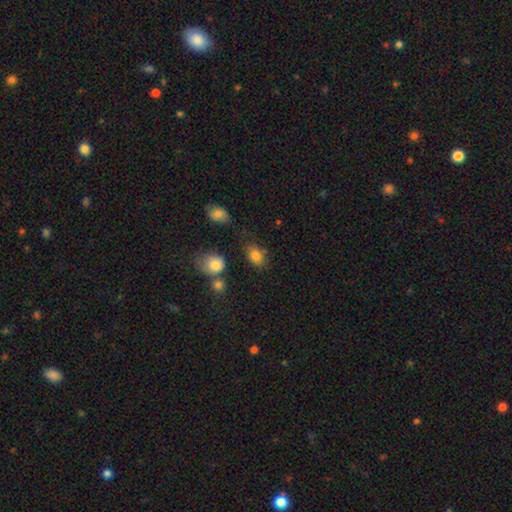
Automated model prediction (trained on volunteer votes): Smooth or featured? Predicted: smooth (p=0.81). How rounded? Predicted: in between (p=0.77). Merging? Predicted: none (p=0.66).